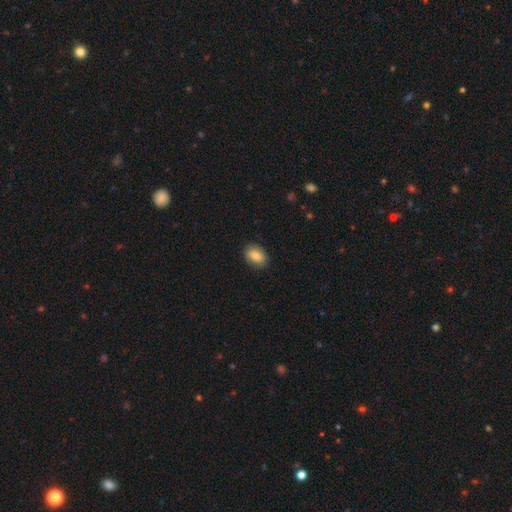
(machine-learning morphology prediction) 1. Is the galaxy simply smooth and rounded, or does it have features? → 80% smooth, 12% featured or disk, 8% star or artifact.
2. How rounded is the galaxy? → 78% in between, 20% round, 1% cigar-shaped.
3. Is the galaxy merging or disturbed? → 86% none, 11% minor disturbance, 2% major disturbance, 1% merger.